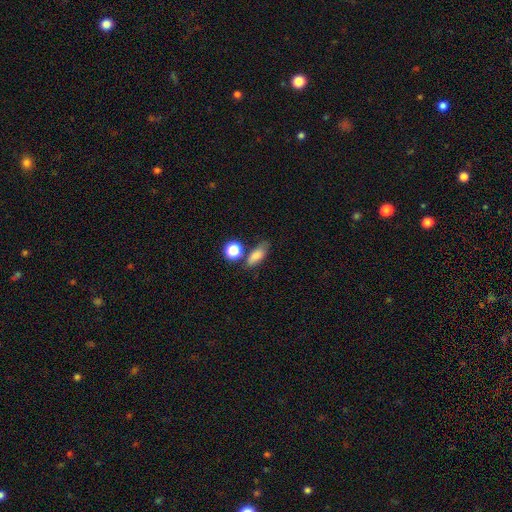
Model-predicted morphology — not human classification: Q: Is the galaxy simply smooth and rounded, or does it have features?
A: smooth — 80%.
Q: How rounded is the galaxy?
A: in between — 68%.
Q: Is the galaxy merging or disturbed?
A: none — 59%.